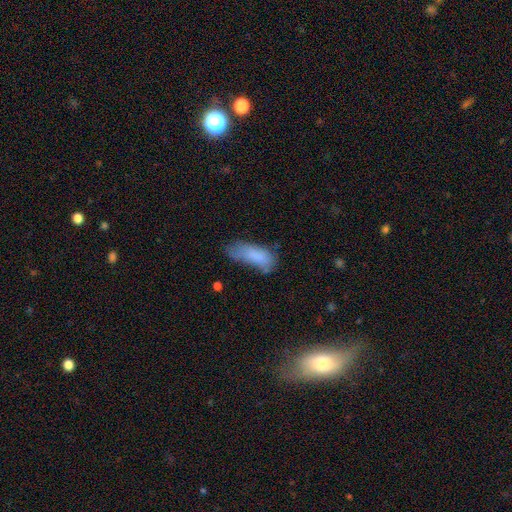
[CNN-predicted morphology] This appears to be a smooth galaxy with no disk features (79%) that is in between round and cigar-shaped (75%). Merging: minor disturbance (36%, tied with none).